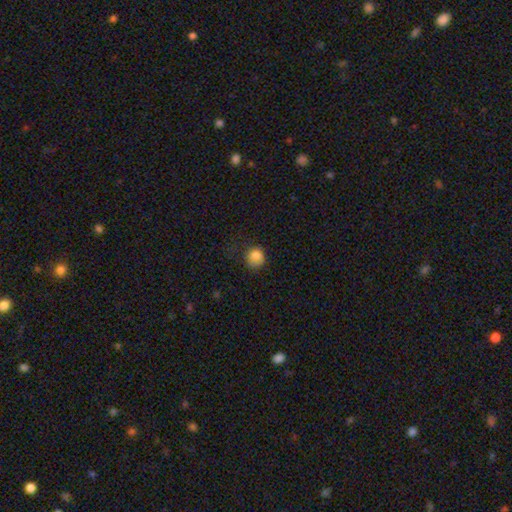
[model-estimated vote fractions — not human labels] smooth-or-featured: smooth: 83% | star or artifact: 10% | featured or disk: 6%
  how-rounded: round: 79% | in between: 20% | cigar-shaped: 1%
  merging: none: 55% | minor disturbance: 29% | major disturbance: 15% | merger: 2%